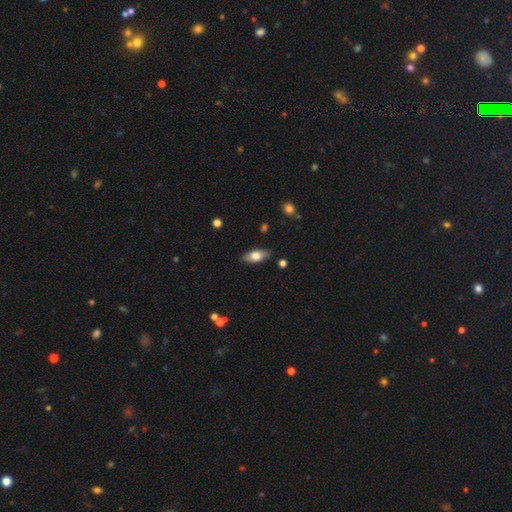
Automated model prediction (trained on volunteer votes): Smooth or featured? Predicted: smooth (p=0.69). How rounded? Predicted: in between (p=0.85). Merging? Predicted: none (p=0.85).